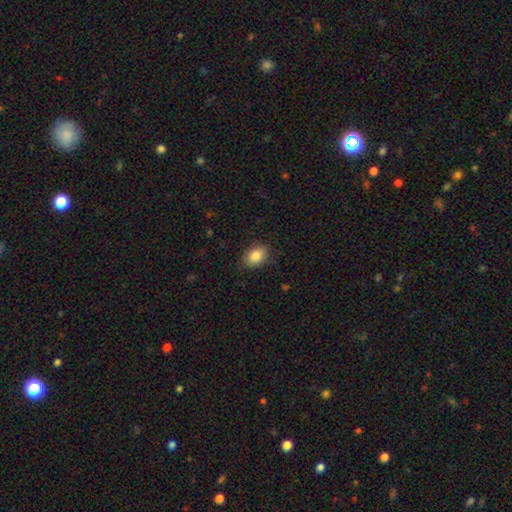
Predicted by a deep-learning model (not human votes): This is clearly a smooth galaxy (86%). How rounded: likely in between (79%). Merging: clearly none (84%).